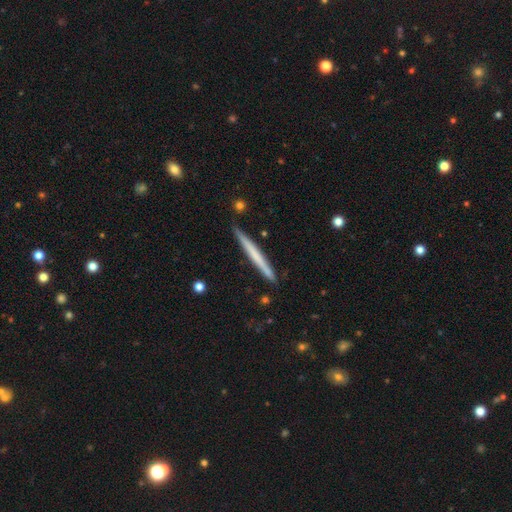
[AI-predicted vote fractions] A smooth galaxy with no disk features (51%) that is cigar-shaped (97%).

Vote fractions:
- Smooth or featured? smooth: 51% / featured or disk: 44% / star or artifact: 5%
- How rounded? cigar-shaped: 97% / in between: 2% / round: 1%
- Merging? none: 89% / minor disturbance: 8% / merger: 2% / major disturbance: 1%